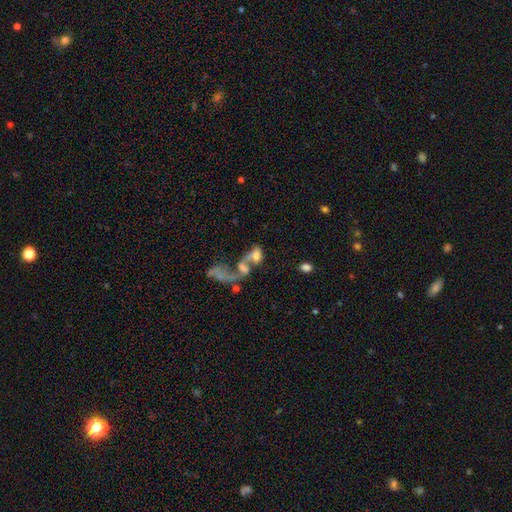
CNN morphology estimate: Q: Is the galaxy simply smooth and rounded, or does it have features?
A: smooth — 50%.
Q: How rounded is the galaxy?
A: in between — 79%.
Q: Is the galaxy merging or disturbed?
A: merger — 70%.